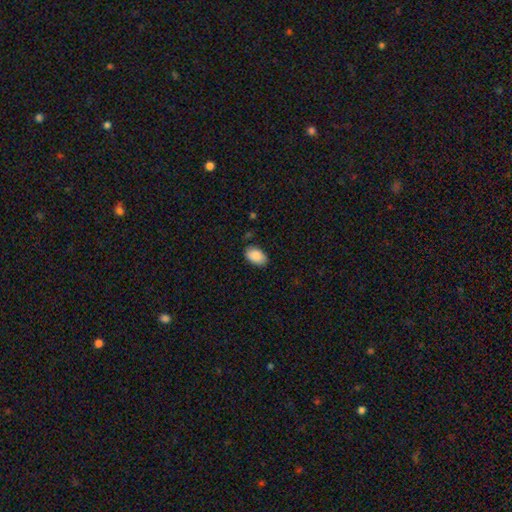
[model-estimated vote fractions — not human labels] smooth-or-featured: smooth: 90% | star or artifact: 7% | featured or disk: 4%
  how-rounded: in between: 93% | round: 6% | cigar-shaped: 1%
  merging: none: 84% | minor disturbance: 12% | major disturbance: 2% | merger: 1%